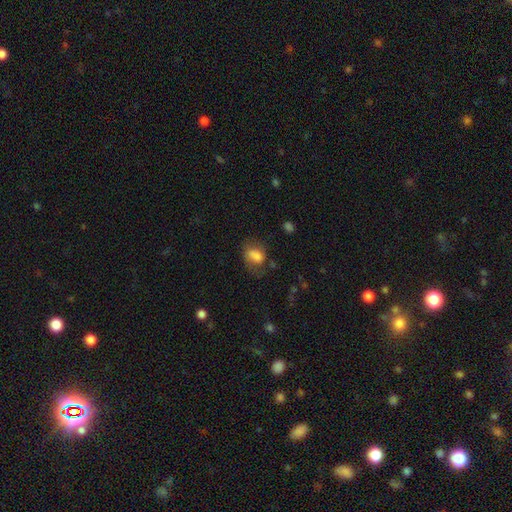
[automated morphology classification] Smooth or featured: smooth — 76% (featured or disk — 15%)
How rounded: in between — 69% (round — 29%)
Merging: none — 48% (minor disturbance — 28%)